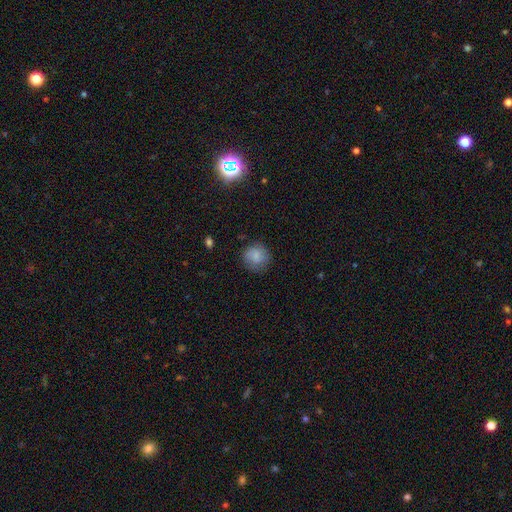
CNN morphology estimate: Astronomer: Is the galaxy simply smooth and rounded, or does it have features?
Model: smooth — 77%.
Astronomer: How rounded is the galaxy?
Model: round — 87%.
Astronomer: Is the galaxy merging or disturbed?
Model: none — 77%.